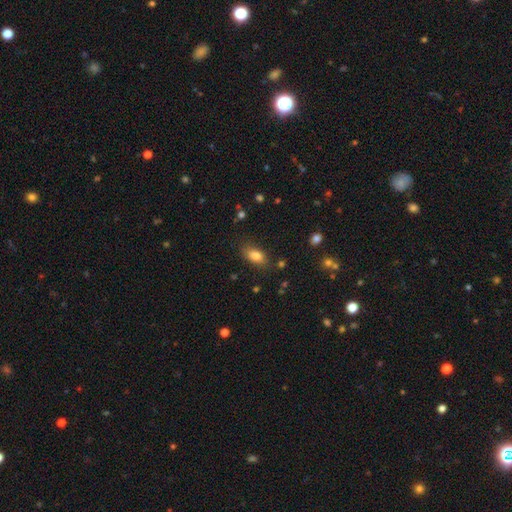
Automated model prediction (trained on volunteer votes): smooth-or-featured: smooth: 83% | star or artifact: 9% | featured or disk: 8%
  how-rounded: in between: 87% | round: 7% | cigar-shaped: 6%
  merging: none: 80% | minor disturbance: 14% | major disturbance: 4% | merger: 2%